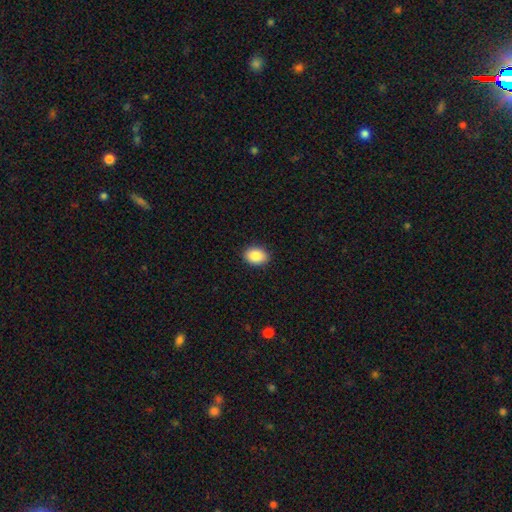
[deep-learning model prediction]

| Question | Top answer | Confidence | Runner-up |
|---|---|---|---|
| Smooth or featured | smooth | 88% | star or artifact (8%) |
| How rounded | in between | 74% | round (25%) |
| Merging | none | 90% | minor disturbance (7%) |